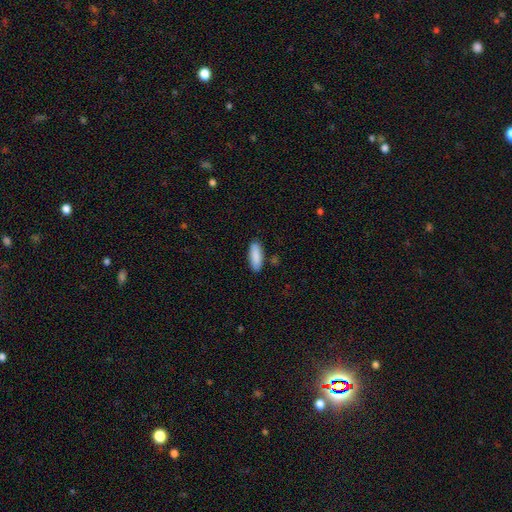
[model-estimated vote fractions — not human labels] This is clearly a smooth galaxy (89%). How rounded: likely in between (68%). Merging: clearly none (85%).